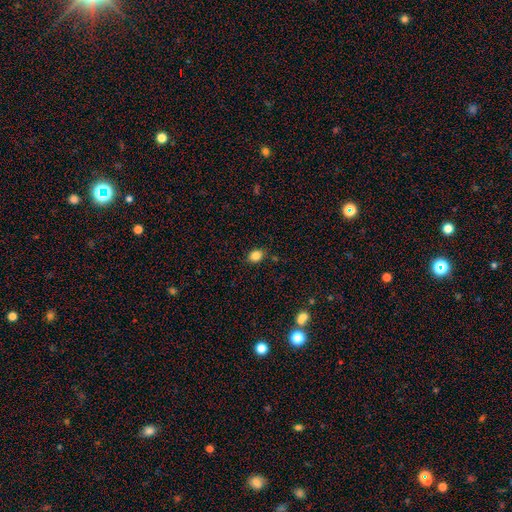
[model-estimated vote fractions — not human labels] A smooth galaxy with no disk features (84%) that is in between round and cigar-shaped (52%).

Vote fractions:
- Smooth or featured? smooth: 84% / star or artifact: 11% / featured or disk: 5%
- How rounded? in between: 52% / round: 47% / cigar-shaped: 1%
- Merging? none: 85% / minor disturbance: 11% / major disturbance: 3% / merger: 2%